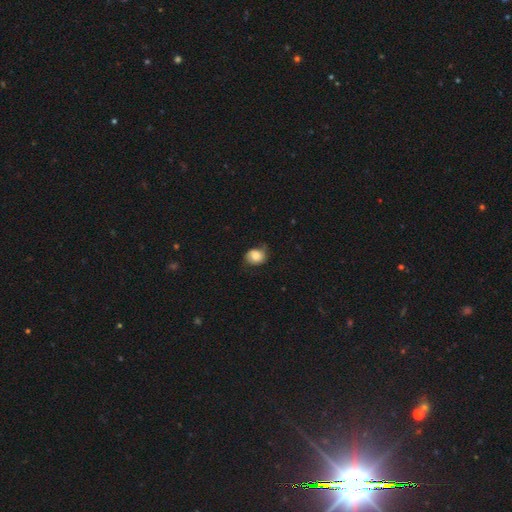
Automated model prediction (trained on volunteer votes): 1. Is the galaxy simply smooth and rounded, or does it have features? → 68% smooth, 23% featured or disk, 9% star or artifact.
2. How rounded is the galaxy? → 54% round, 45% in between, 1% cigar-shaped.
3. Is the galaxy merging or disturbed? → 56% none, 31% minor disturbance, 11% major disturbance, 2% merger.